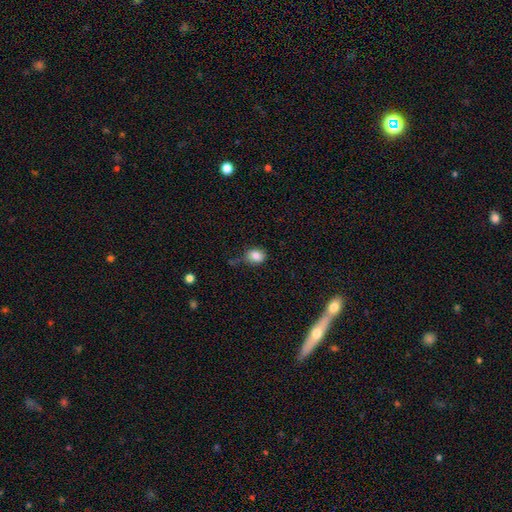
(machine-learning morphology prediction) This is clearly a smooth galaxy (85%). How rounded: possibly round (54%). Merging: possibly none (60%).